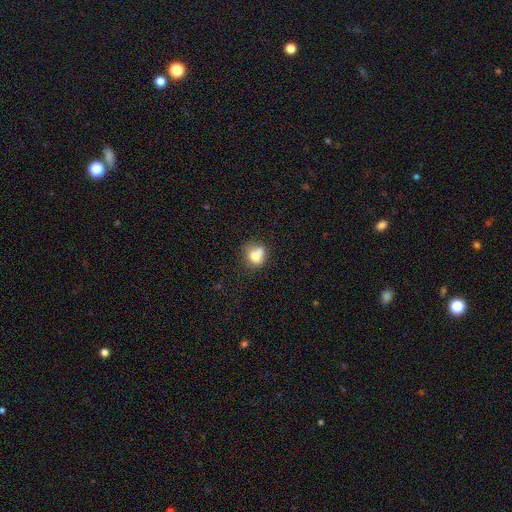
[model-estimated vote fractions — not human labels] This is likely a smooth galaxy (72%). How rounded: likely round (70%). Merging: marginally merger (39%, tied with none).